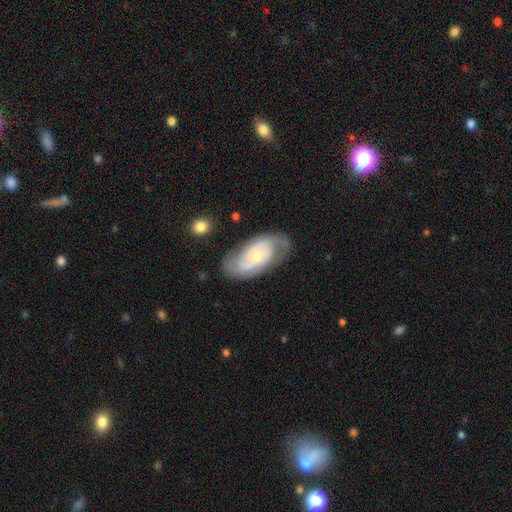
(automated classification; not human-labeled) This is likely a featured or disk galaxy (78%). It is clearly not viewed edge-on (95%). Bar: likely no (68%). Spiral arm pattern: clearly yes (91%). Spiral arm count: likely 2 (75%). Spiral winding: marginally medium (42%, tied with tight). Central bulge: possibly small (59%). Merging: likely none (71%).